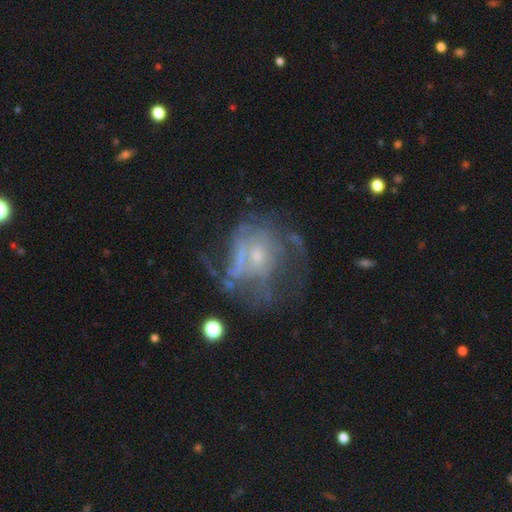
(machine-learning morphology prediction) Smooth or featured?
  - featured or disk: 67% *
  - smooth: 18%
  - star or artifact: 14%
Edge-on disk?
  - no: 97% *
  - yes: 3%
Bar?
  - no: 75% *
  - weak: 21%
  - strong: 4%
Spiral arms?
  - no: 54% *
  - yes: 46%
Bulge size?
  - small: 53% *
  - moderate: 30%
  - none: 13%
  - large: 3%
  - dominant: 1%
Merging?
  - none: 38% *
  - major disturbance: 37%
  - minor disturbance: 18%
  - merger: 6%